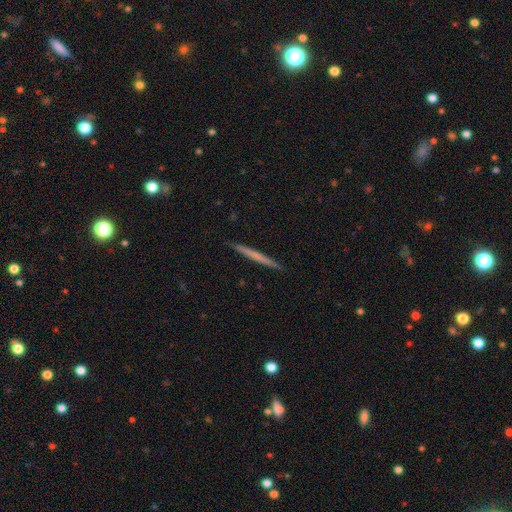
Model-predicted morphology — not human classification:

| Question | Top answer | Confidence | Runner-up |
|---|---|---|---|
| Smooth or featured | smooth | 53% | featured or disk (42%) |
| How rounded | cigar-shaped | 97% | in between (2%) |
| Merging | none | 92% | minor disturbance (6%) |